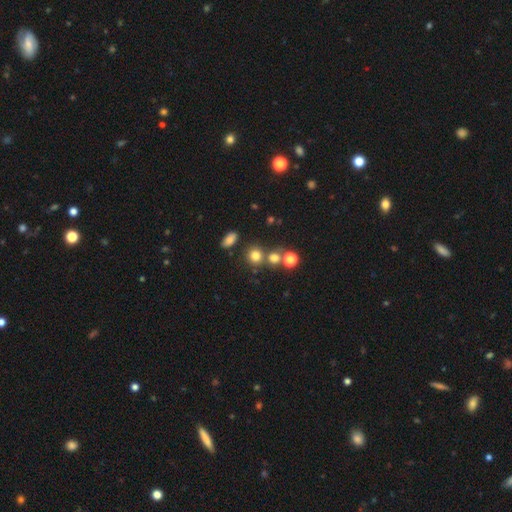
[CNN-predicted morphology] A smooth galaxy with no disk features (75%) that is round (86%). Merging: none (65%).